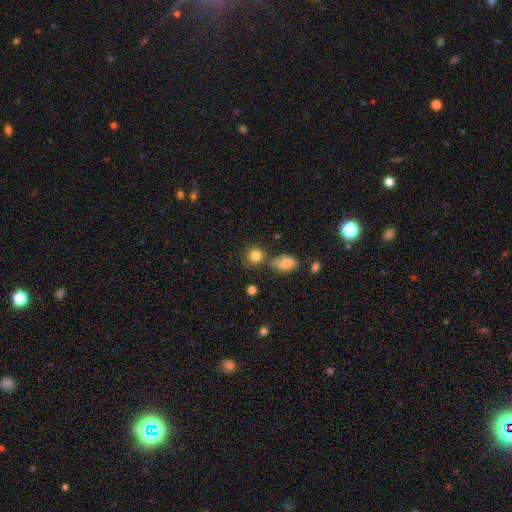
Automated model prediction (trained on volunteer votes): Morphology: type=smooth (82%); roundness=round (83%); merging=none (65%).